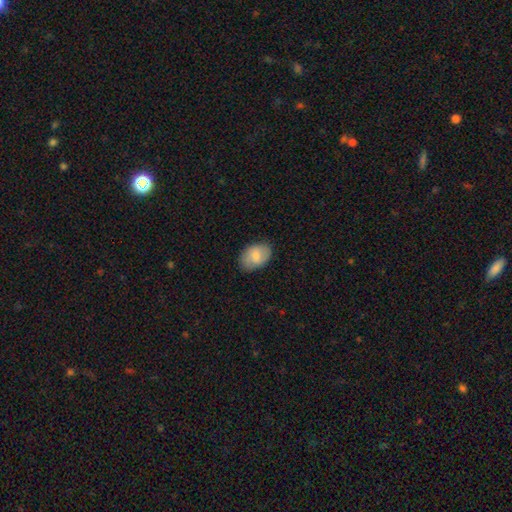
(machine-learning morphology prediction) Smooth or featured?
  - smooth: 79% *
  - featured or disk: 15%
  - star or artifact: 6%
How rounded?
  - in between: 87% *
  - round: 12%
  - cigar-shaped: 1%
Merging?
  - none: 82% *
  - minor disturbance: 14%
  - major disturbance: 3%
  - merger: 1%